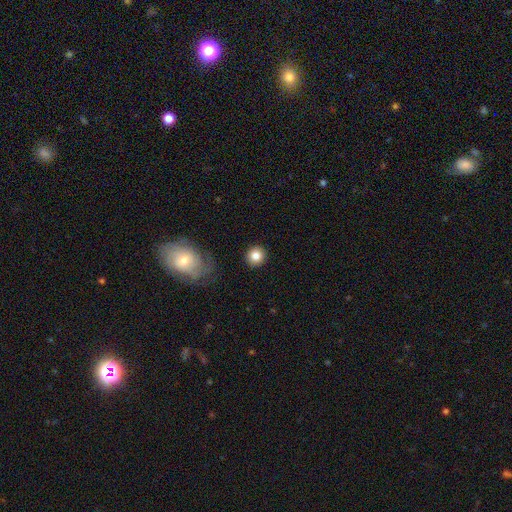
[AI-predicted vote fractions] Q: Smooth or featured?
A: smooth (83%); runner-up: star or artifact (10%)
Q: How rounded?
A: round (92%); runner-up: in between (7%)
Q: Merging?
A: none (90%); runner-up: minor disturbance (6%)